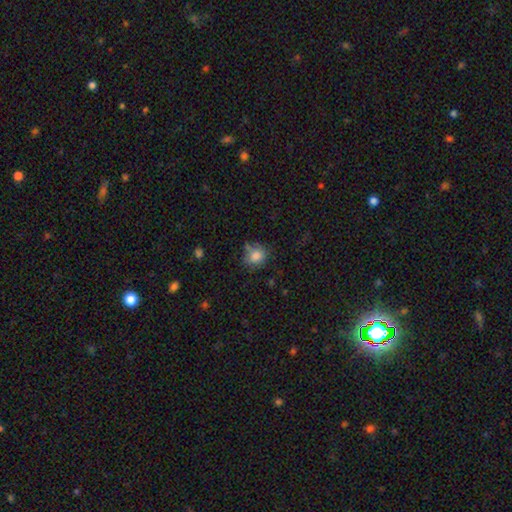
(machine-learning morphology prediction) The model was most divided on "how rounded": round: 69%, in between: 30%, cigar-shaped: 1%. More confident: smooth or featured — smooth (83%); merging — none (65%).